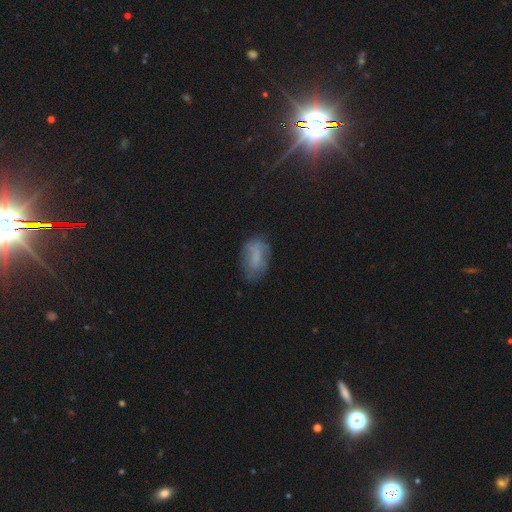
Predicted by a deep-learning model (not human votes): Q: Smooth or featured?
A: smooth (61%); runner-up: featured or disk (27%)
Q: How rounded?
A: in between (89%); runner-up: round (8%)
Q: Merging?
A: none (59%); runner-up: minor disturbance (27%)